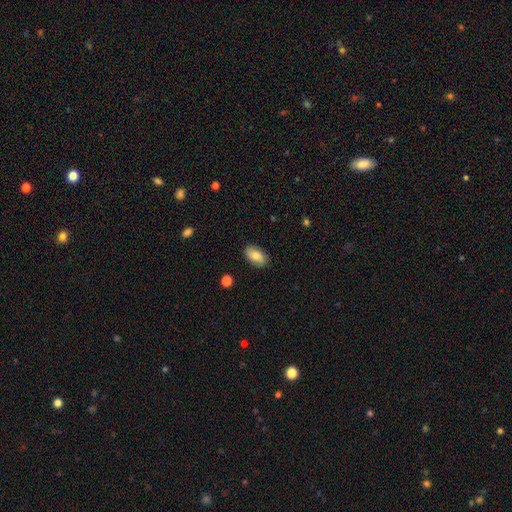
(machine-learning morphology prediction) Overall: smooth (78%). How rounded: in between (93%). Merging: none (86%).